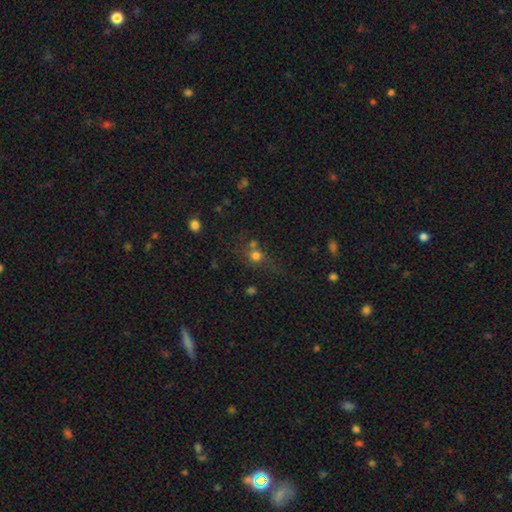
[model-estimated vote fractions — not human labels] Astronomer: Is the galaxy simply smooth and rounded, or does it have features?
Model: smooth — 68%.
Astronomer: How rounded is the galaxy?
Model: round — 84%.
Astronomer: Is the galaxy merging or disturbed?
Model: none — 54%.